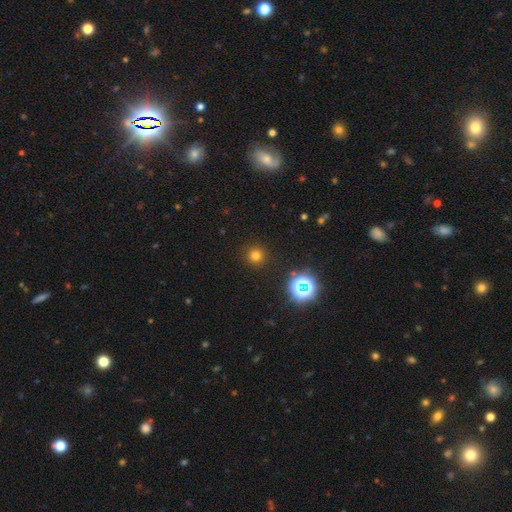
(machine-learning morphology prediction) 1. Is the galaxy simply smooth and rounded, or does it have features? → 71% smooth, 23% star or artifact, 6% featured or disk.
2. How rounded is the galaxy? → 95% round, 4% in between, 1% cigar-shaped.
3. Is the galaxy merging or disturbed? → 91% none, 5% minor disturbance, 2% major disturbance, 1% merger.